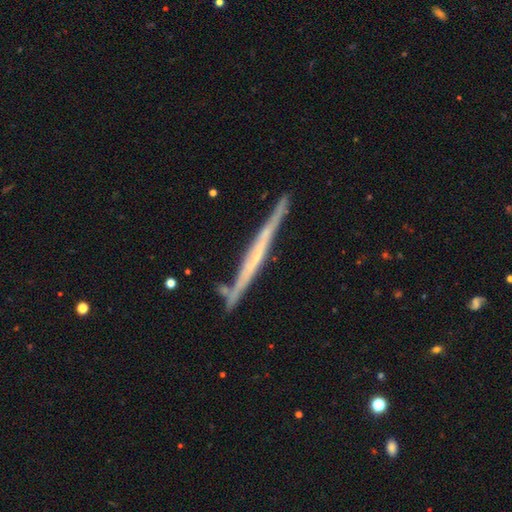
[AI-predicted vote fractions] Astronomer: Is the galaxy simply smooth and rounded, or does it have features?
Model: featured or disk — 70%.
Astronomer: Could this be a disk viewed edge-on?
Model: yes — 95%.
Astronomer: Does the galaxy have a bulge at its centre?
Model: none — 80%.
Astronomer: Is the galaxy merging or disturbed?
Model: none — 80%.